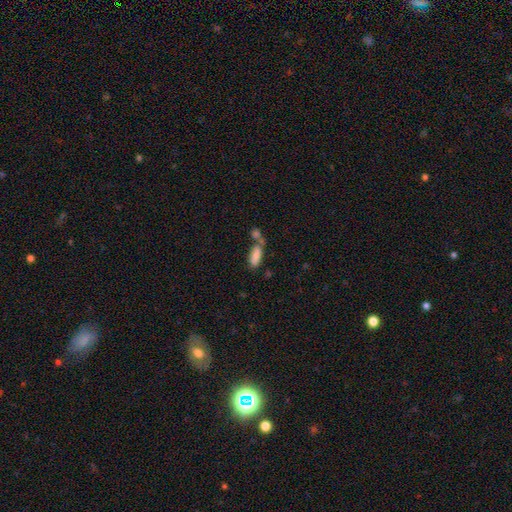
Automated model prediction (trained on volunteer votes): A smooth galaxy with no disk features (83%) that is in between round and cigar-shaped (74%).

Vote fractions:
- Smooth or featured? smooth: 83% / featured or disk: 9% / star or artifact: 8%
- How rounded? in between: 74% / cigar-shaped: 23% / round: 2%
- Merging? merger: 45% / none: 37% / minor disturbance: 13% / major disturbance: 6%